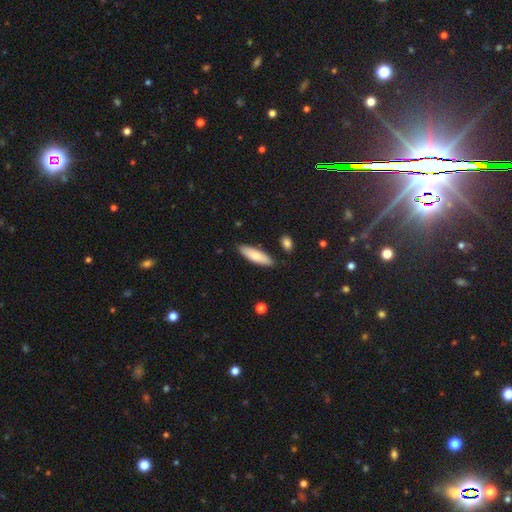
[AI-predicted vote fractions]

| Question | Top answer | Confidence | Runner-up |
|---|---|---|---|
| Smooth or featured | smooth | 81% | featured or disk (14%) |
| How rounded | cigar-shaped | 56% | in between (43%) |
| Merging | none | 86% | minor disturbance (10%) |